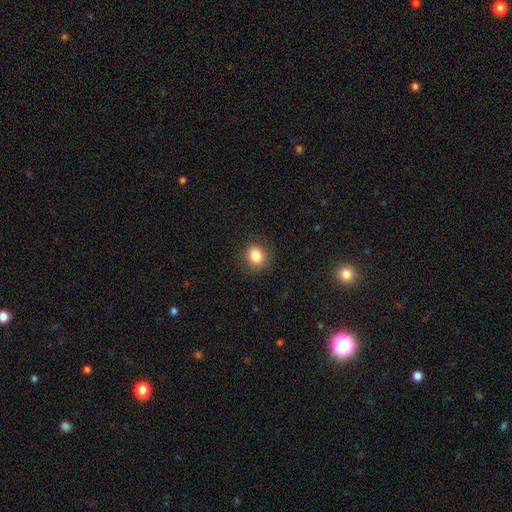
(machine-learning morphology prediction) Smooth or featured?
  - smooth: 84% *
  - star or artifact: 10%
  - featured or disk: 6%
How rounded?
  - round: 74% *
  - in between: 25%
  - cigar-shaped: 1%
Merging?
  - none: 87% *
  - minor disturbance: 9%
  - major disturbance: 3%
  - merger: 1%